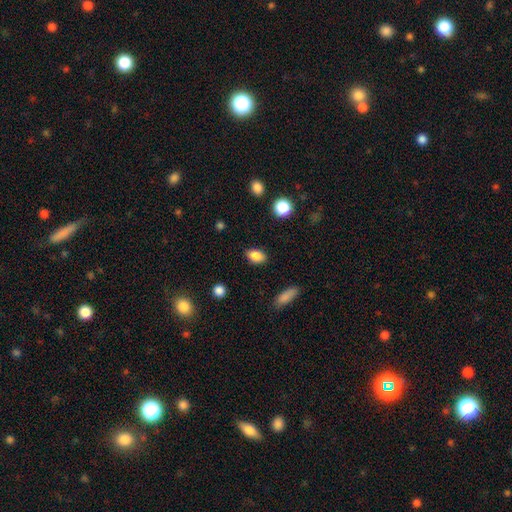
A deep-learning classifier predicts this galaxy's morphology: This is clearly a smooth galaxy (86%). How rounded: clearly in between (85%). Merging: clearly none (86%).